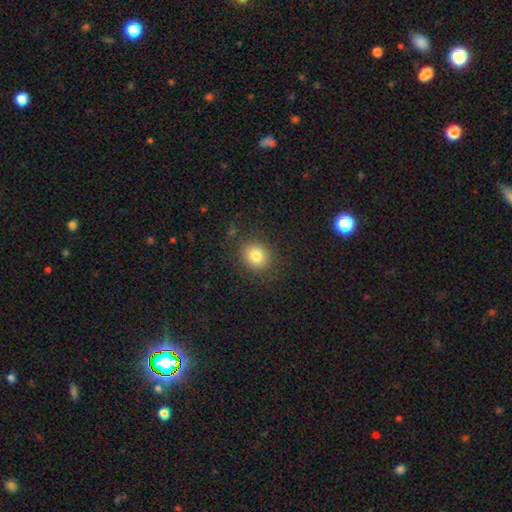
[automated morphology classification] smooth_or_featured: smooth (p=0.81) [alt: star or artifact p=0.11]
how_rounded: round (p=0.66) [alt: in between p=0.33]
merging: none (p=0.86) [alt: minor disturbance p=0.09]